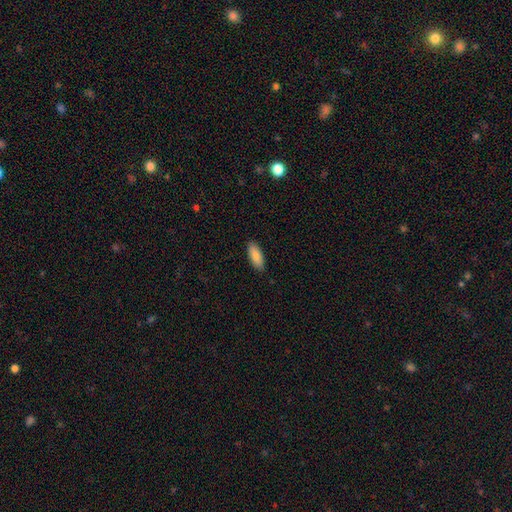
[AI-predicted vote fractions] smooth-or-featured: smooth: 86% | featured or disk: 9% | star or artifact: 6%
  how-rounded: in between: 79% | cigar-shaped: 19% | round: 2%
  merging: none: 89% | minor disturbance: 8% | major disturbance: 2% | merger: 1%